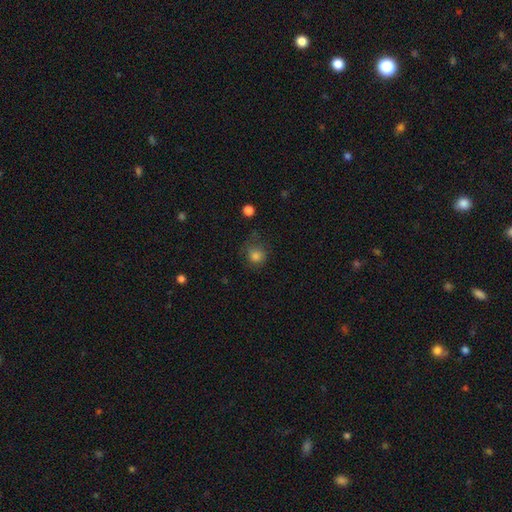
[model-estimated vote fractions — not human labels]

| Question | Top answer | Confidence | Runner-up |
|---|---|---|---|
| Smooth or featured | smooth | 81% | star or artifact (12%) |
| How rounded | round | 82% | in between (17%) |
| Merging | none | 61% | minor disturbance (24%) |